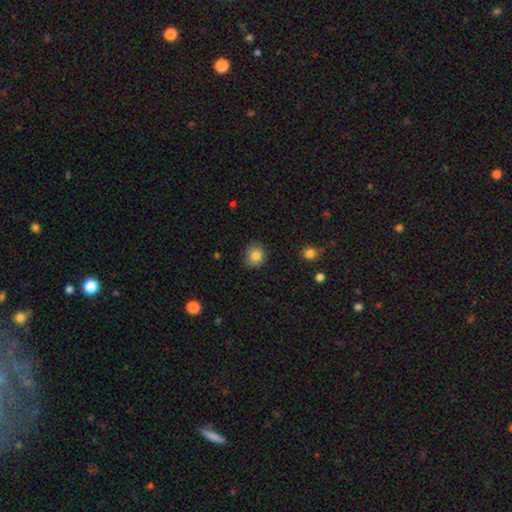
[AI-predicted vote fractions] Q: Smooth or featured?
A: smooth (85%); runner-up: star or artifact (10%)
Q: How rounded?
A: round (88%); runner-up: in between (11%)
Q: Merging?
A: none (87%); runner-up: minor disturbance (9%)